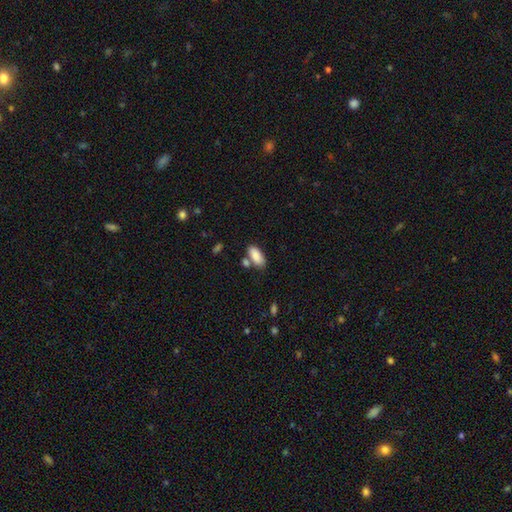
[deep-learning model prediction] smooth-or-featured: smooth: 87% | star or artifact: 7% | featured or disk: 6%
  how-rounded: in between: 87% | cigar-shaped: 10% | round: 2%
  merging: none: 66% | merger: 17% | minor disturbance: 14% | major disturbance: 4%